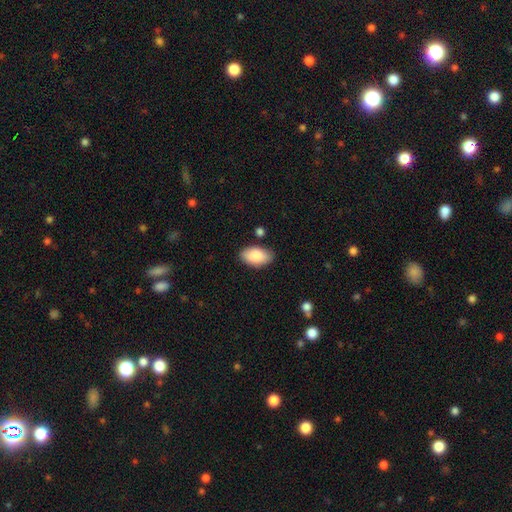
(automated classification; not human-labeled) This is clearly a smooth galaxy (87%). How rounded: clearly in between (94%). Merging: likely none (80%).